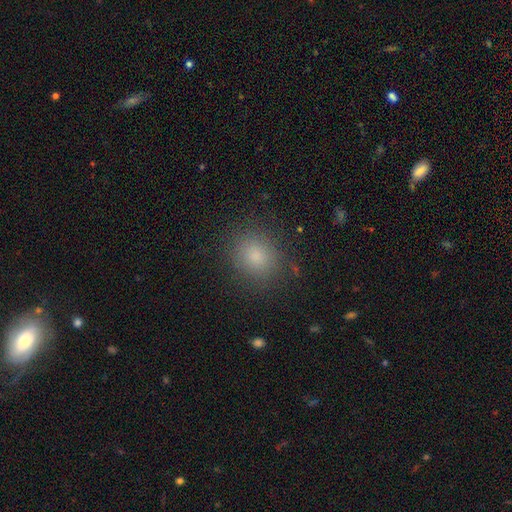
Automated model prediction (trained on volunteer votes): This appears to be a smooth galaxy with no disk features (82%) that is round (69%). Merging: none (86%).